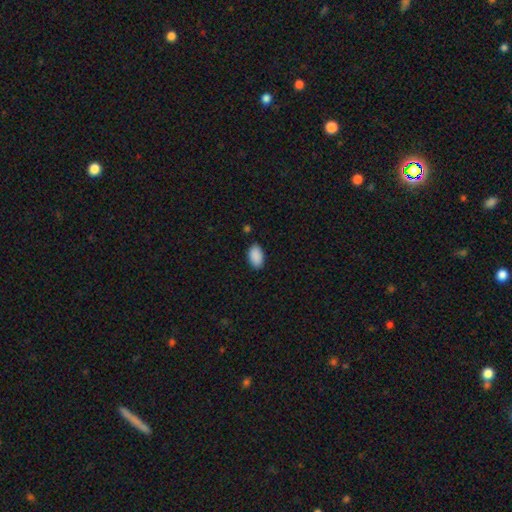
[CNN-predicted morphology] Smooth or featured?
  - smooth: 90% *
  - star or artifact: 7%
  - featured or disk: 3%
How rounded?
  - in between: 94% *
  - round: 5%
  - cigar-shaped: 1%
Merging?
  - none: 84% *
  - minor disturbance: 12%
  - major disturbance: 2%
  - merger: 2%